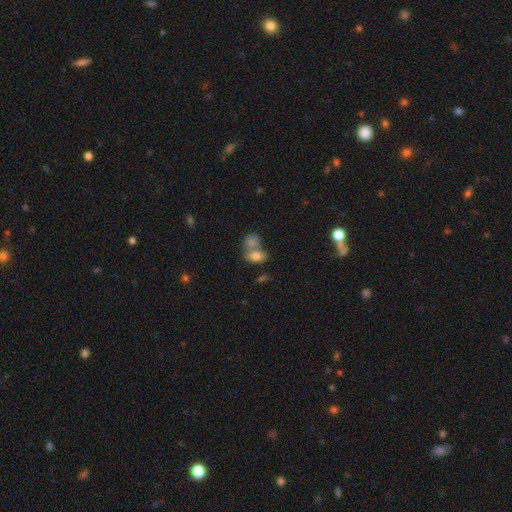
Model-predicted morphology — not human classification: A smooth galaxy with no disk features (79%) that is in between round and cigar-shaped (81%).

Vote fractions:
- Smooth or featured? smooth: 79% / featured or disk: 12% / star or artifact: 9%
- How rounded? in between: 81% / round: 16% / cigar-shaped: 3%
- Merging? merger: 53% / none: 34% / minor disturbance: 9% / major disturbance: 4%